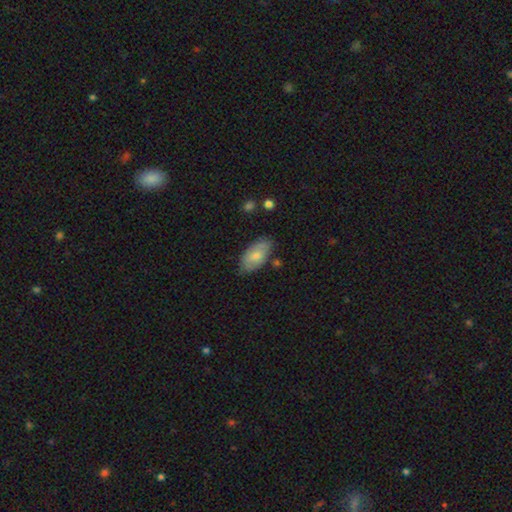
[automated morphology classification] Smooth or featured?
  - smooth: 68% *
  - featured or disk: 25%
  - star or artifact: 7%
How rounded?
  - in between: 93% *
  - cigar-shaped: 4%
  - round: 3%
Merging?
  - none: 76% *
  - minor disturbance: 18%
  - major disturbance: 3%
  - merger: 3%